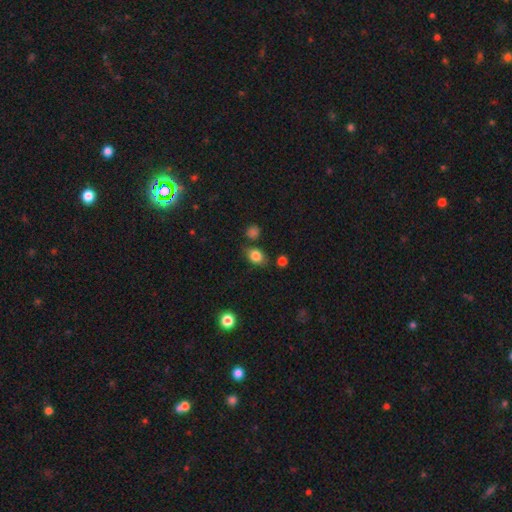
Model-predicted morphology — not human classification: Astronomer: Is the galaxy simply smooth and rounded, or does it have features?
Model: smooth — 82%.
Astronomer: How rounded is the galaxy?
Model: in between — 59% (runner-up: round, 40%).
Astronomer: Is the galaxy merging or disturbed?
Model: none — 72%.